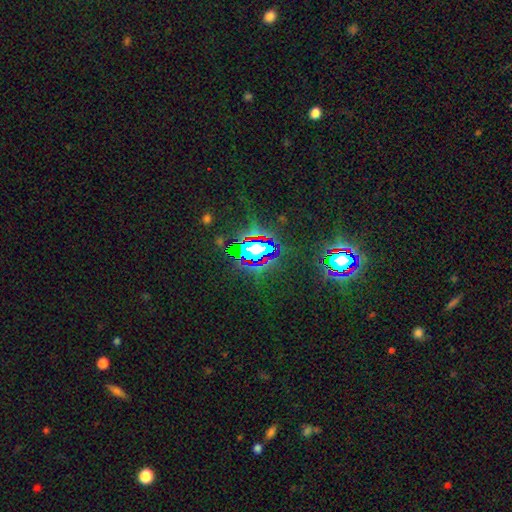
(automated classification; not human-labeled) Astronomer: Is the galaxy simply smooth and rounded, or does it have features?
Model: star or artifact — 83%.